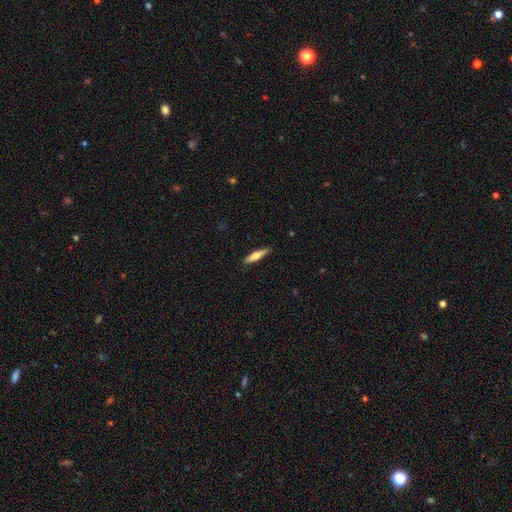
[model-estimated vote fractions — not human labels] Smooth or featured?
  - smooth: 53% *
  - featured or disk: 41%
  - star or artifact: 6%
How rounded?
  - cigar-shaped: 83% *
  - in between: 15%
  - round: 2%
Merging?
  - none: 89% *
  - minor disturbance: 8%
  - major disturbance: 2%
  - merger: 1%